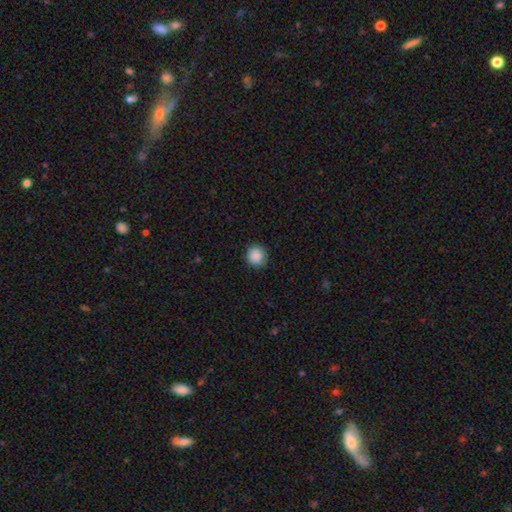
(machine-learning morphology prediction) smooth_or_featured: smooth (p=0.89) [alt: star or artifact p=0.09]
how_rounded: round (p=0.92) [alt: in between p=0.07]
merging: none (p=0.89) [alt: minor disturbance p=0.08]